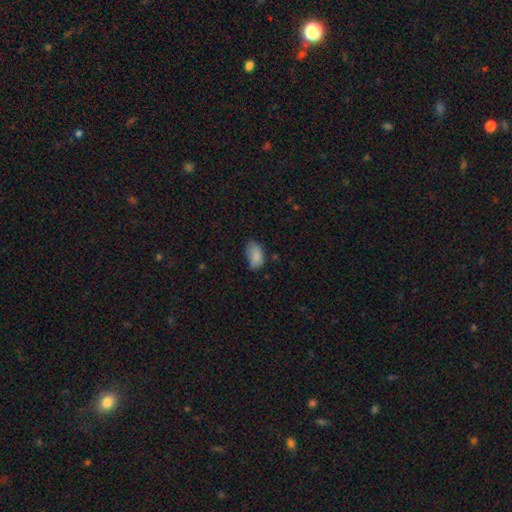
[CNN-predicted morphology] Overall: smooth (84%). How rounded: in between (92%). Merging: none (53%; minor disturbance 34%).